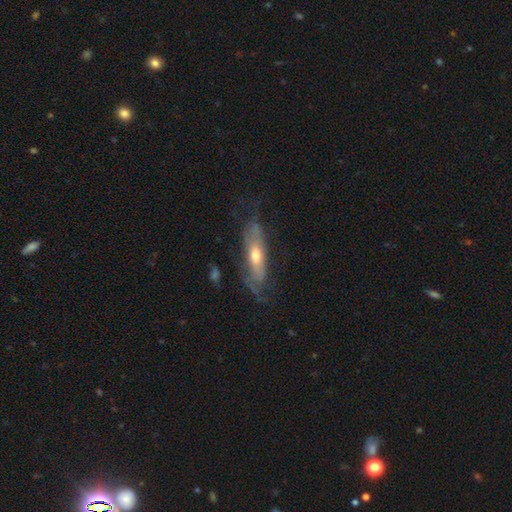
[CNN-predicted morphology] Smooth or featured?
  - featured or disk: 64% *
  - smooth: 28%
  - star or artifact: 8%
Edge-on disk?
  - no: 59% *
  - yes: 41%
Merging?
  - none: 64% *
  - minor disturbance: 22%
  - major disturbance: 11%
  - merger: 2%